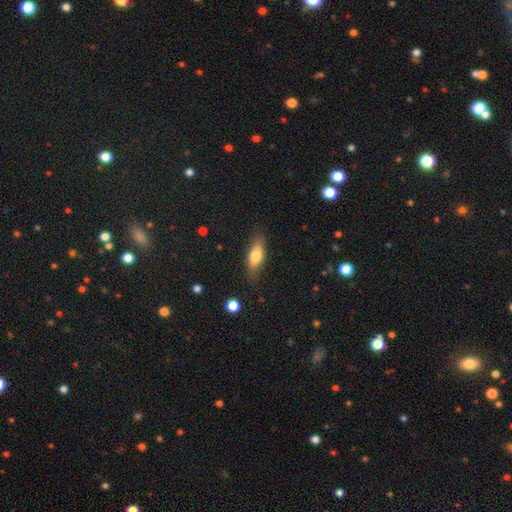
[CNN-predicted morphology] Smooth or featured? smooth (69%)
How rounded? in between (67%)
Merging? none (80%)